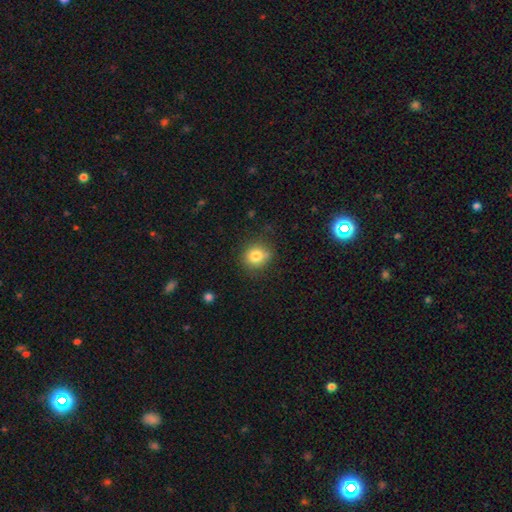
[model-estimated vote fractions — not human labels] smooth-or-featured: smooth: 81% | star or artifact: 11% | featured or disk: 8%
  how-rounded: round: 82% | in between: 17% | cigar-shaped: 1%
  merging: none: 81% | minor disturbance: 14% | major disturbance: 3% | merger: 2%